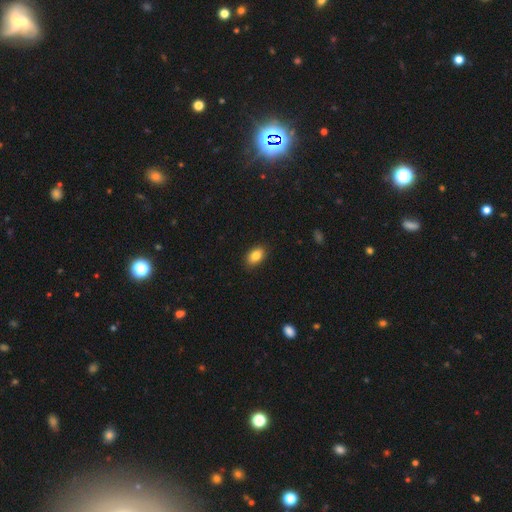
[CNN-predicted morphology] Q: Smooth or featured?
A: smooth (85%); runner-up: star or artifact (8%)
Q: How rounded?
A: in between (88%); runner-up: round (10%)
Q: Merging?
A: none (87%); runner-up: minor disturbance (10%)